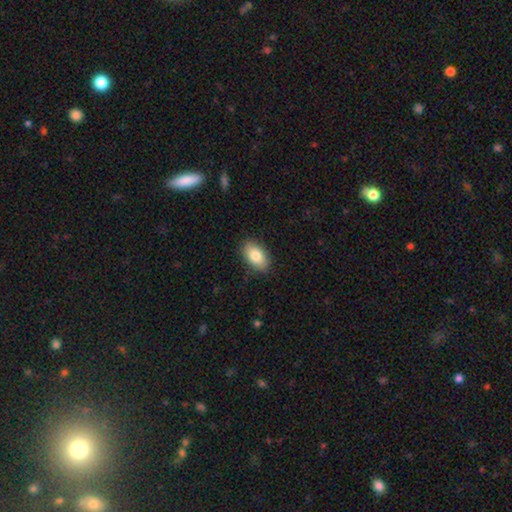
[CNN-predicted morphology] smooth 84%, featured or disk 10%, star or artifact 6%. Down the decision tree: how rounded — in between (93%); merging — none (87%).